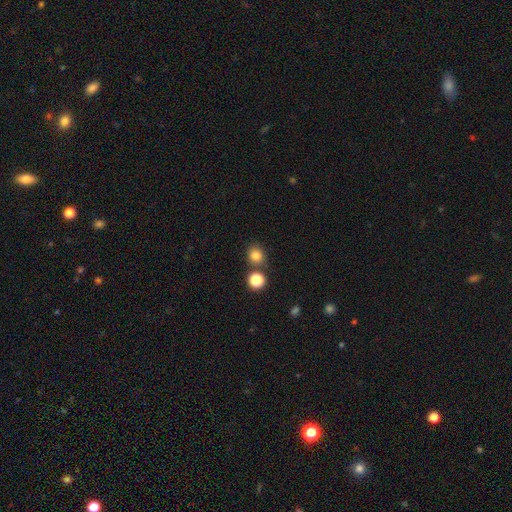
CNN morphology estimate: This is clearly a smooth galaxy (82%). How rounded: clearly round (81%). Merging: likely none (73%).